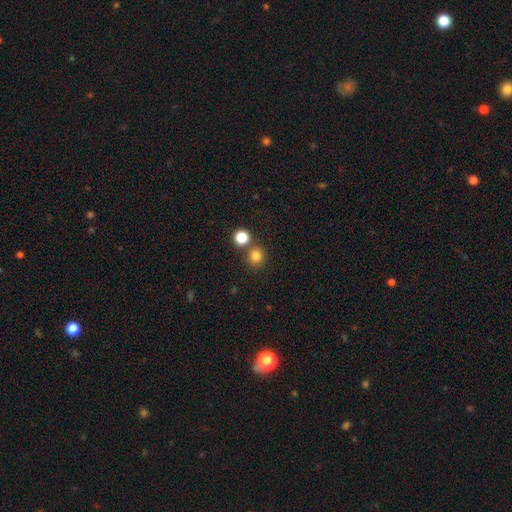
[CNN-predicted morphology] This is clearly a smooth galaxy (80%). How rounded: clearly round (91%). Merging: likely none (76%).